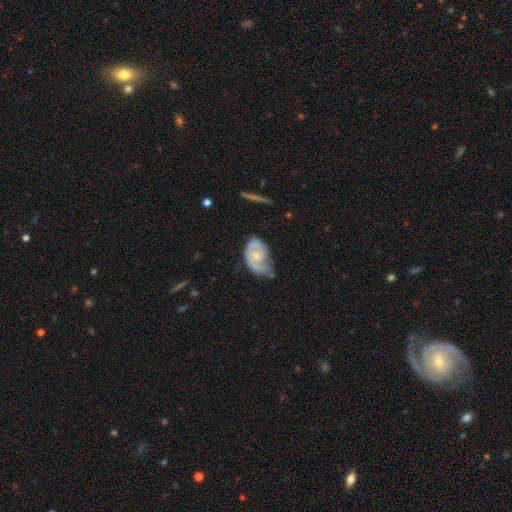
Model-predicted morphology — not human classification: A featured or disk galaxy (72%) with no bar (68%), 2 (60%) medium (42%) spiral arms (88%) and a small central bulge (54%). Merging: none (39%).